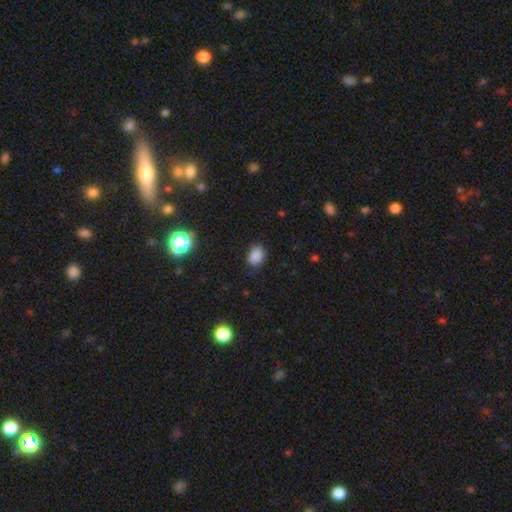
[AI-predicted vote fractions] Smooth or featured?
  - smooth: 84% *
  - star or artifact: 11%
  - featured or disk: 5%
How rounded?
  - in between: 63% *
  - round: 36%
  - cigar-shaped: 1%
Merging?
  - none: 72% *
  - minor disturbance: 22%
  - major disturbance: 5%
  - merger: 1%